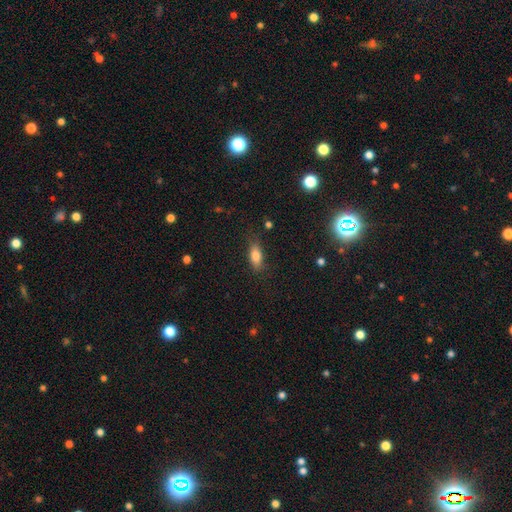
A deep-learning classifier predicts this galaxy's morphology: A smooth galaxy with no disk features (80%) that is in between round and cigar-shaped (80%). Merging: none (76%).